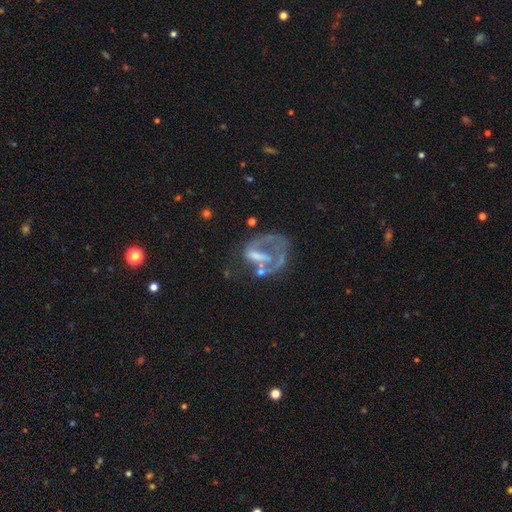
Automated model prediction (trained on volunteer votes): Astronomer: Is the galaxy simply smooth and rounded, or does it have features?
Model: featured or disk — 68%.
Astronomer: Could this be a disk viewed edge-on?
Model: no — 96%.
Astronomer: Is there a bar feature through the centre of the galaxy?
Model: no — 56%.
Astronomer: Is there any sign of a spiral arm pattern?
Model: no — 61% (runner-up: yes, 39%).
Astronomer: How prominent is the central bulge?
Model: none — 55%.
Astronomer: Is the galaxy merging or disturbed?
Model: major disturbance — 42% (runner-up: none, 33%).